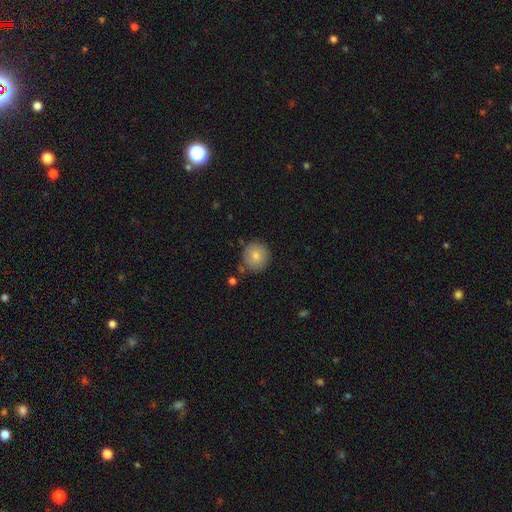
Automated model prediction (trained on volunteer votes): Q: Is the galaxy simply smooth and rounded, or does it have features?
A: smooth — 81%.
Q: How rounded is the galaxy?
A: round — 88%.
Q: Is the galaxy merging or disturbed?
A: none — 79%.